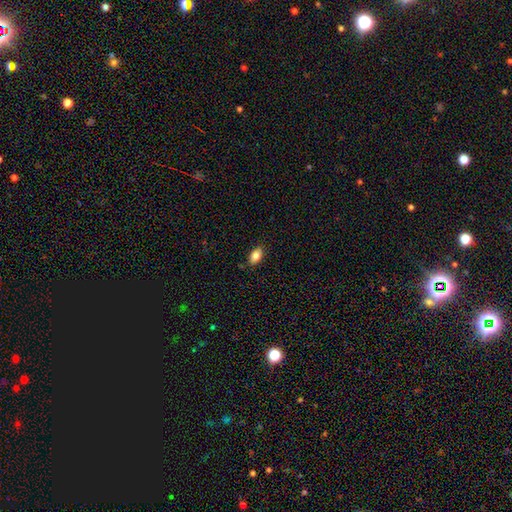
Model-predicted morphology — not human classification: This appears to be a smooth galaxy with no disk features (81%) that is in between round and cigar-shaped (89%). Merging: none (84%).